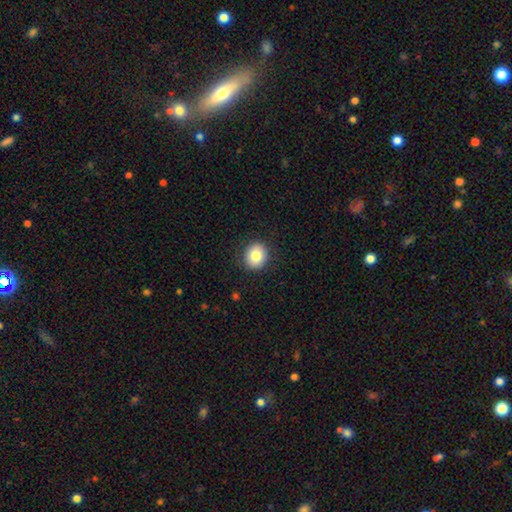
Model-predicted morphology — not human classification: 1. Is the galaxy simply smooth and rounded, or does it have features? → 82% smooth, 9% featured or disk, 9% star or artifact.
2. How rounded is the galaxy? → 76% round, 23% in between, 1% cigar-shaped.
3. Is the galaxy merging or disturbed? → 89% none, 8% minor disturbance, 2% major disturbance, 1% merger.